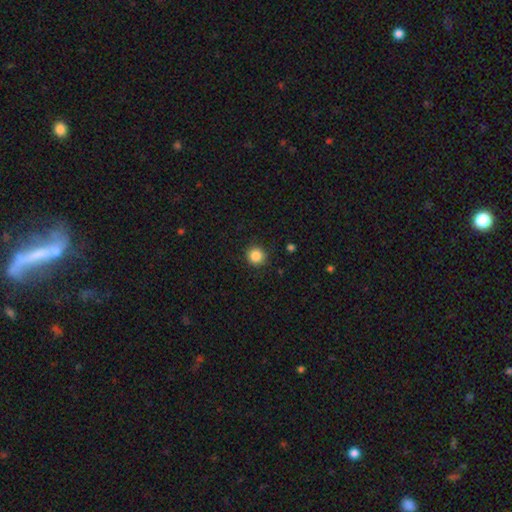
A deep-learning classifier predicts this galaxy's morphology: smooth 86%, star or artifact 10%, featured or disk 4%. Down the decision tree: how rounded — round (93%); merging — none (91%).